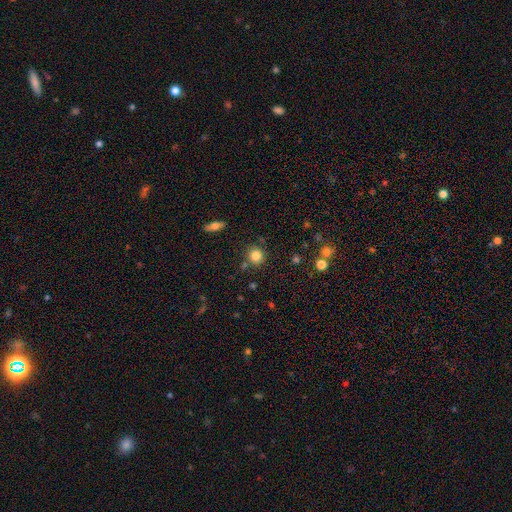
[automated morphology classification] This is clearly a smooth galaxy (82%). How rounded: clearly round (91%). Merging: clearly none (82%).